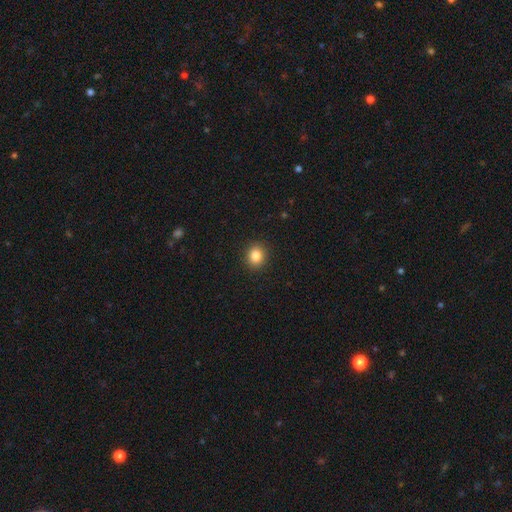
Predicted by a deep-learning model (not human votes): A smooth galaxy with no disk features (84%) that is round (76%).

Vote fractions:
- Smooth or featured? smooth: 84% / star or artifact: 11% / featured or disk: 5%
- How rounded? round: 76% / in between: 24% / cigar-shaped: 1%
- Merging? none: 91% / minor disturbance: 6% / major disturbance: 2% / merger: 1%